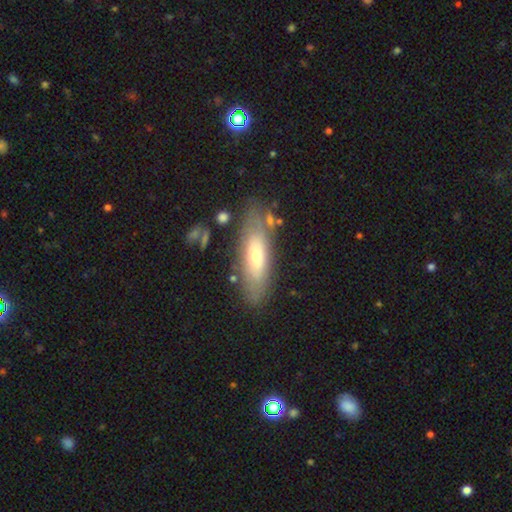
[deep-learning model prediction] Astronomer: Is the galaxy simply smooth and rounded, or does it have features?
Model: smooth — 51% (runner-up: featured or disk, 42%).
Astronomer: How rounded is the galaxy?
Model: in between — 53% (runner-up: cigar-shaped, 44%).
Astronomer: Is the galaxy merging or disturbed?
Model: none — 77%.